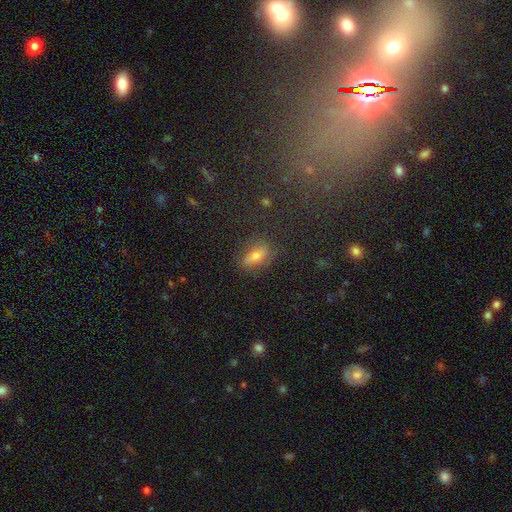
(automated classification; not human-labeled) This appears to be a smooth galaxy with no disk features (51%) that is in between round and cigar-shaped (73%). Merging: none (75%).